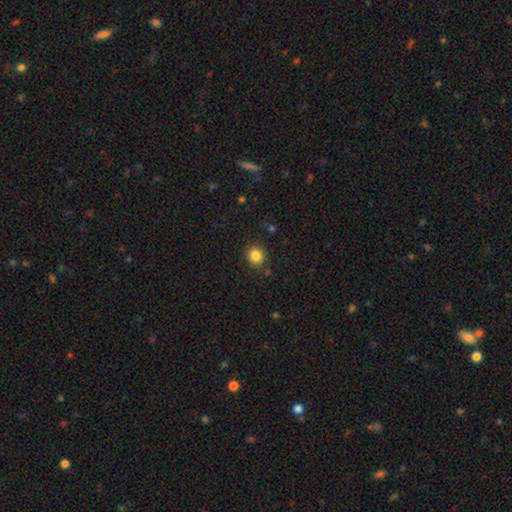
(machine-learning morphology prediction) The model was most divided on "how rounded": round: 84%, in between: 15%, cigar-shaped: 1%. More confident: merging — none (86%); smooth or featured — smooth (84%).